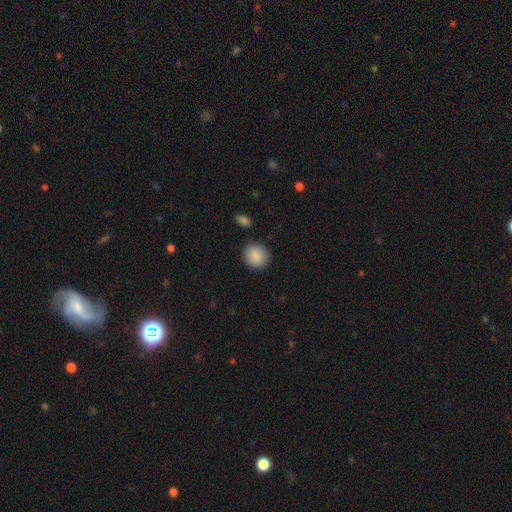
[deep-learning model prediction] Q: Smooth or featured?
A: smooth (88%); runner-up: star or artifact (7%)
Q: How rounded?
A: round (81%); runner-up: in between (18%)
Q: Merging?
A: none (88%); runner-up: minor disturbance (8%)